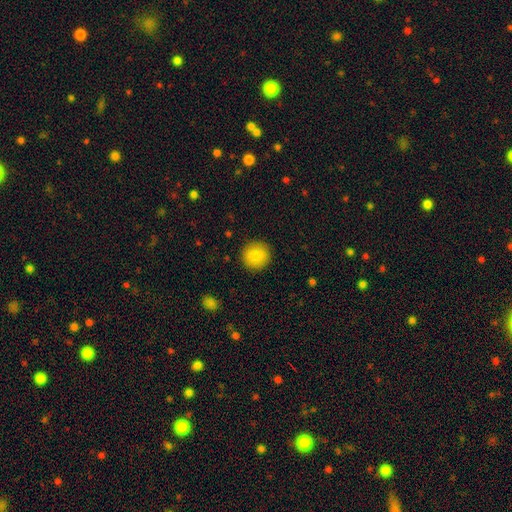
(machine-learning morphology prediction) This appears to be a smooth galaxy with no disk features (84%) that is round (93%). Merging: none (91%).